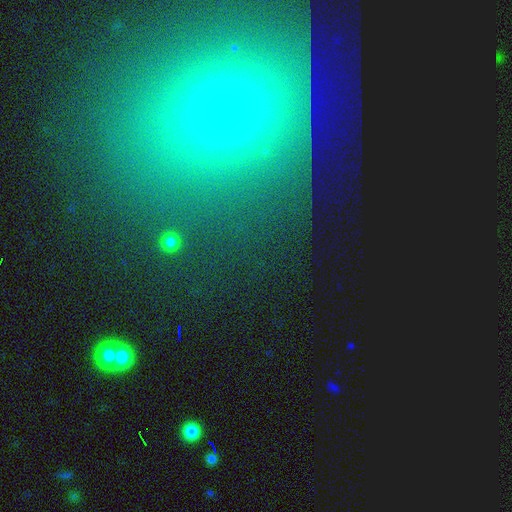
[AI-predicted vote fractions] This is possibly a star or artifact rather than a galaxy (48%).